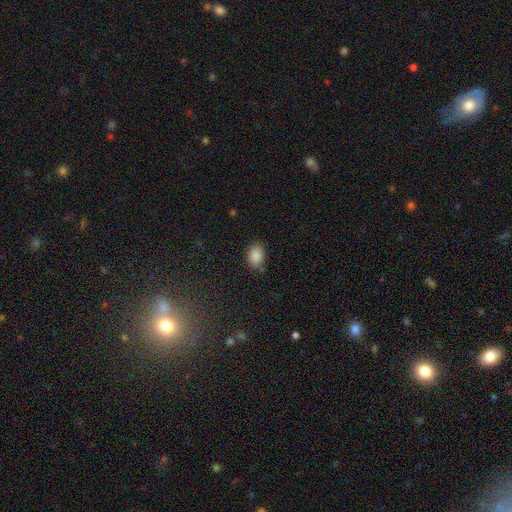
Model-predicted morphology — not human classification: Smooth or featured?
  - smooth: 87% *
  - star or artifact: 9%
  - featured or disk: 4%
How rounded?
  - in between: 78% *
  - round: 21%
  - cigar-shaped: 1%
Merging?
  - none: 80% *
  - minor disturbance: 14%
  - major disturbance: 3%
  - merger: 2%